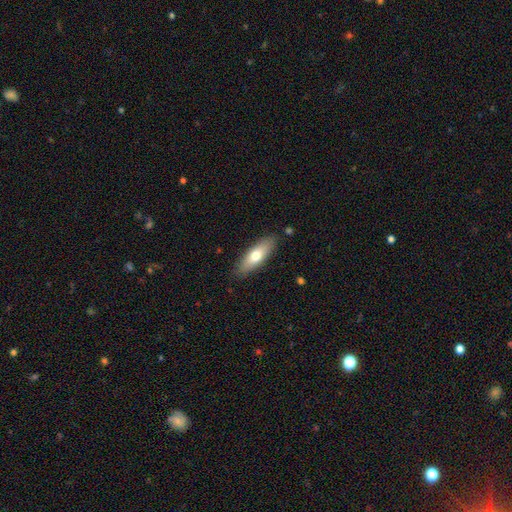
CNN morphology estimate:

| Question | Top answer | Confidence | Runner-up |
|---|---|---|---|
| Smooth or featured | smooth | 67% | featured or disk (27%) |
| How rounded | in between | 56% | cigar-shaped (42%) |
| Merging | none | 86% | minor disturbance (10%) |